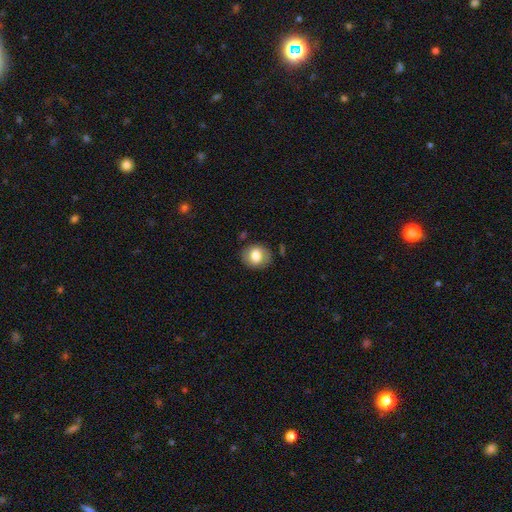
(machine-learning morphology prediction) smooth-or-featured: smooth: 76% | featured or disk: 16% | star or artifact: 8%
  how-rounded: round: 67% | in between: 33% | cigar-shaped: 1%
  merging: none: 80% | minor disturbance: 14% | major disturbance: 4% | merger: 2%